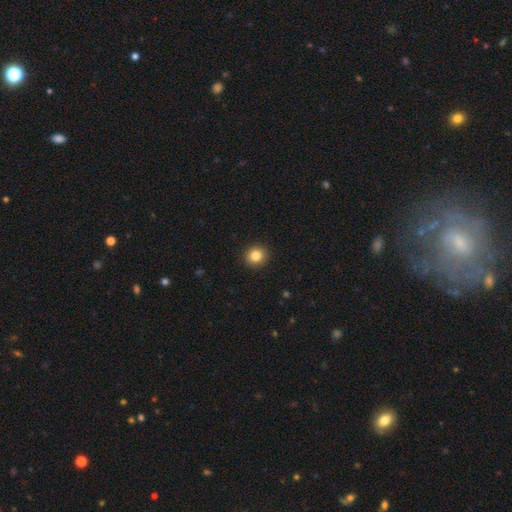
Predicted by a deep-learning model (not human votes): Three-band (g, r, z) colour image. It shows a smooth galaxy with no disk features (84%) that is round (92%). Merging: none (93%).